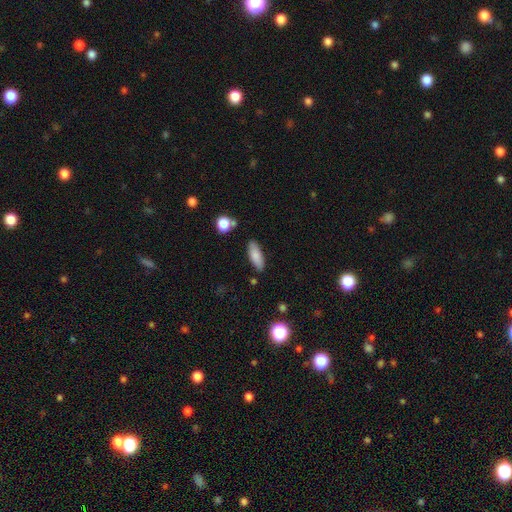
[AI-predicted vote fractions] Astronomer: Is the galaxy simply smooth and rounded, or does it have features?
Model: smooth — 82%.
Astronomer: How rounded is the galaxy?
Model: in between — 68%.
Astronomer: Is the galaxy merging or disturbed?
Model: none — 83%.